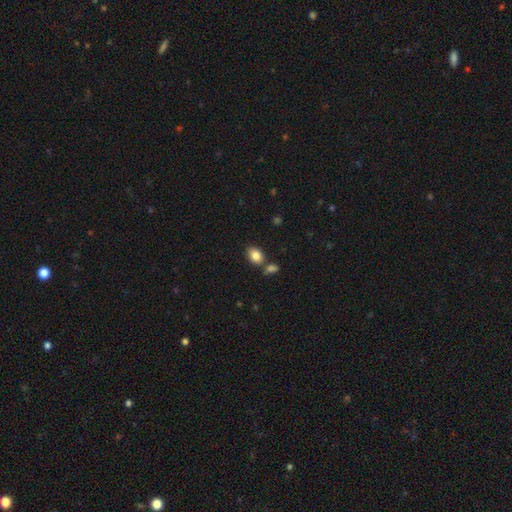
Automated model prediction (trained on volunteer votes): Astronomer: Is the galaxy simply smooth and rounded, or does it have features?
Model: smooth — 85%.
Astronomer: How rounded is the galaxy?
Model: in between — 77%.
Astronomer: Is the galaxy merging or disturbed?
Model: none — 67%.